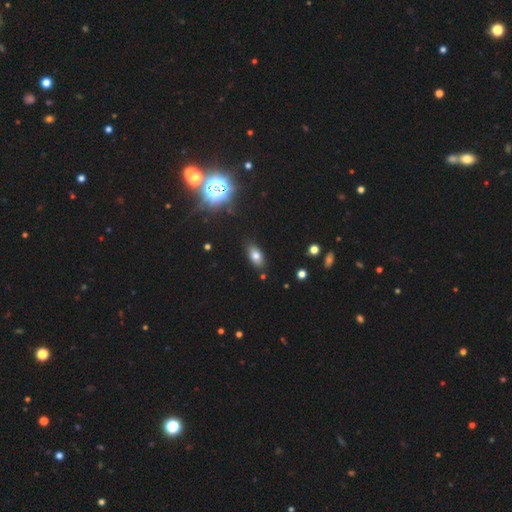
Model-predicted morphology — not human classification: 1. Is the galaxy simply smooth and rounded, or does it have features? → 75% smooth, 13% star or artifact, 12% featured or disk.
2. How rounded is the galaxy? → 87% in between, 7% cigar-shaped, 5% round.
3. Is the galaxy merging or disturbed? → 82% none, 13% minor disturbance, 3% major disturbance, 2% merger.